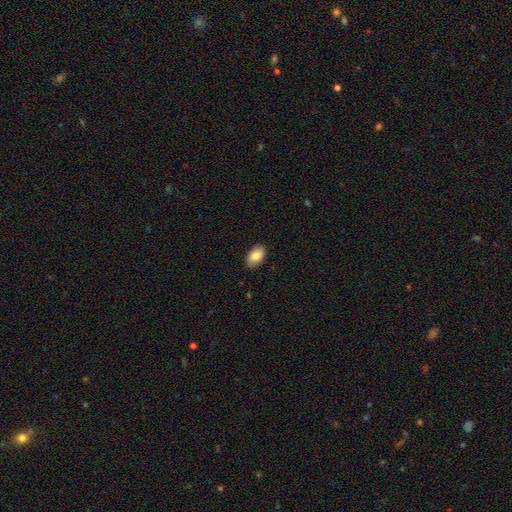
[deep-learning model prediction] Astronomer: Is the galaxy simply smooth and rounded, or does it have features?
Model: smooth — 84%.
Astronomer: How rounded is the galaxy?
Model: in between — 94%.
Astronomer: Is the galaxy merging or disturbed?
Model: none — 87%.